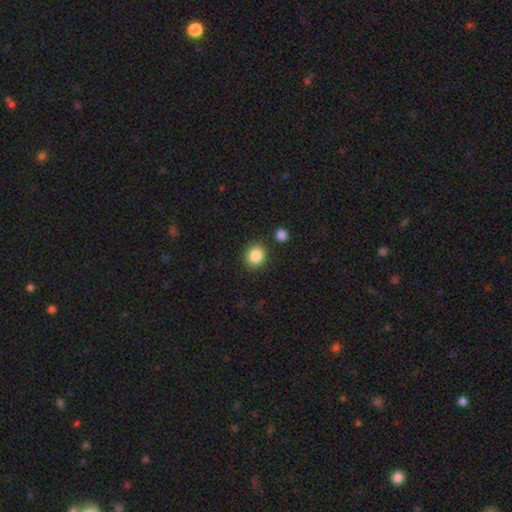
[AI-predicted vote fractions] Overall: smooth (86%). How rounded: round (83%). Merging: none (87%).